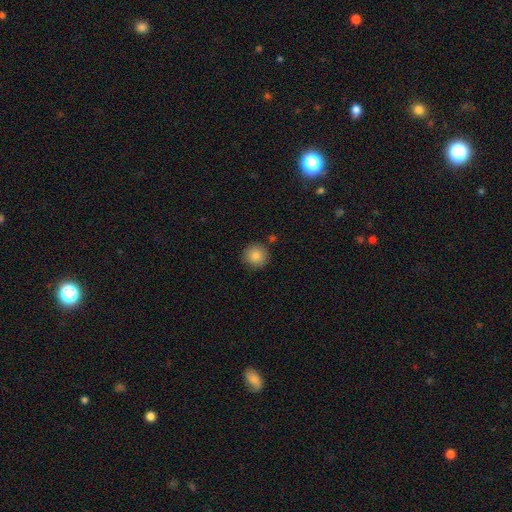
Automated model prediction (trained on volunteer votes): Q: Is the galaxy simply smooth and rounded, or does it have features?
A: smooth — 84%.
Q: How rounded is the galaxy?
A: round — 94%.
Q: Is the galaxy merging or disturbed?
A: none — 87%.